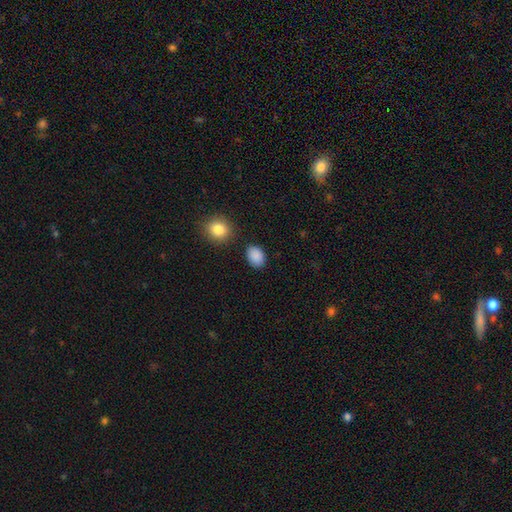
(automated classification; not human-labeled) A smooth galaxy with no disk features (89%) that is in between round and cigar-shaped (77%).

Vote fractions:
- Smooth or featured? smooth: 89% / star or artifact: 8% / featured or disk: 4%
- How rounded? in between: 77% / round: 22% / cigar-shaped: 1%
- Merging? none: 83% / minor disturbance: 11% / merger: 4% / major disturbance: 3%